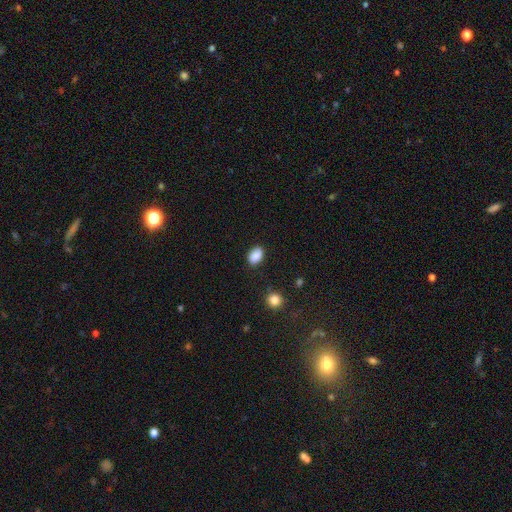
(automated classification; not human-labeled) Overall: smooth (88%). How rounded: in between (85%). Merging: none (84%).